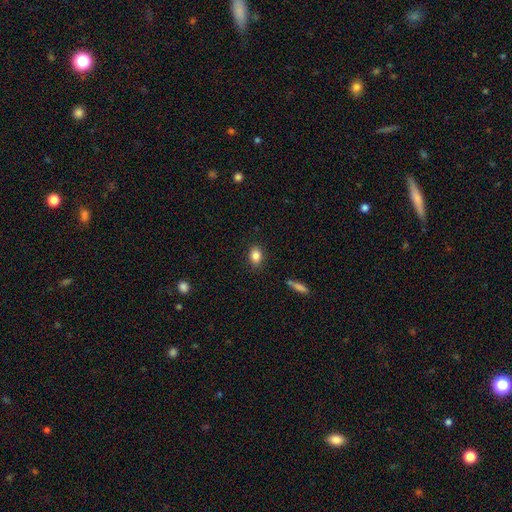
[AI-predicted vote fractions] smooth-or-featured: smooth: 84% | star or artifact: 9% | featured or disk: 7%
  how-rounded: in between: 67% | round: 31% | cigar-shaped: 2%
  merging: none: 86% | minor disturbance: 10% | major disturbance: 2% | merger: 2%